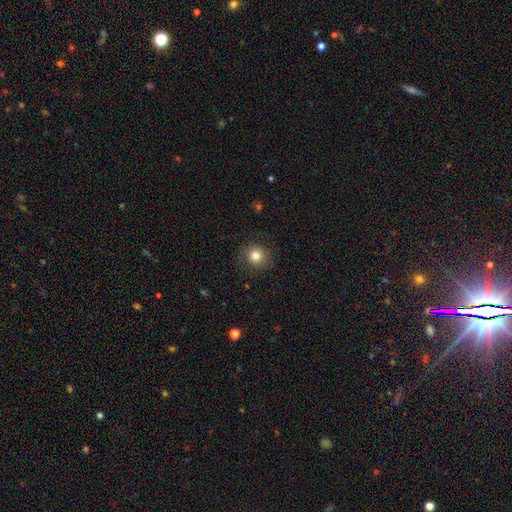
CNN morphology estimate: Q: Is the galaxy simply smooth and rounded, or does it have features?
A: smooth — 82%.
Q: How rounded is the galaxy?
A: round — 89%.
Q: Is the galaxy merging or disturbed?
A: none — 87%.